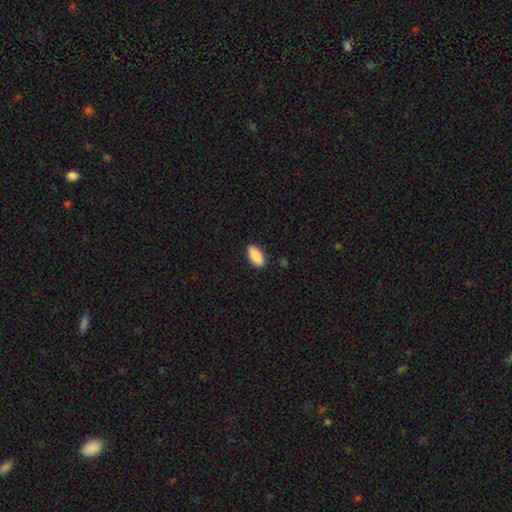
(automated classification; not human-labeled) smooth_or_featured: smooth (p=0.89) [alt: star or artifact p=0.06]
how_rounded: in between (p=0.84) [alt: cigar-shaped p=0.14]
merging: none (p=0.88) [alt: minor disturbance p=0.09]